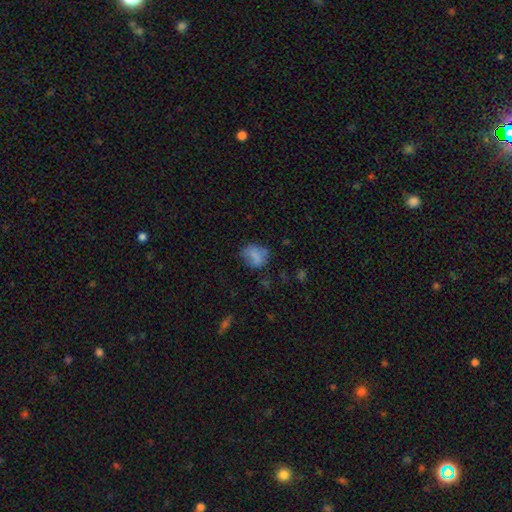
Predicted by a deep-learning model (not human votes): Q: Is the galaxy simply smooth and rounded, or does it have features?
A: smooth — 71%.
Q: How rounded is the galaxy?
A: in between — 51%.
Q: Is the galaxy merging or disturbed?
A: none — 56%.